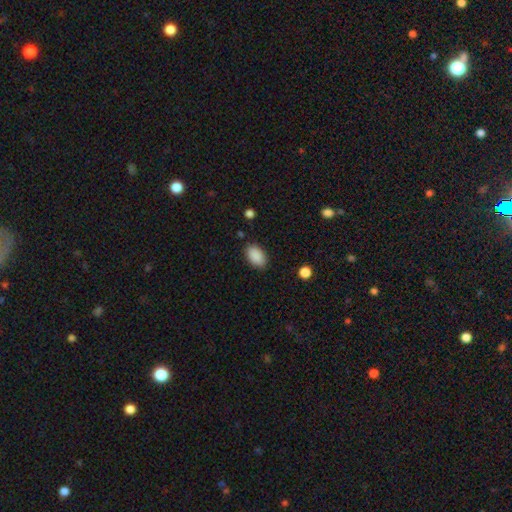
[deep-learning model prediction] Q: Smooth or featured?
A: smooth (90%); runner-up: star or artifact (7%)
Q: How rounded?
A: in between (92%); runner-up: round (7%)
Q: Merging?
A: none (86%); runner-up: minor disturbance (10%)